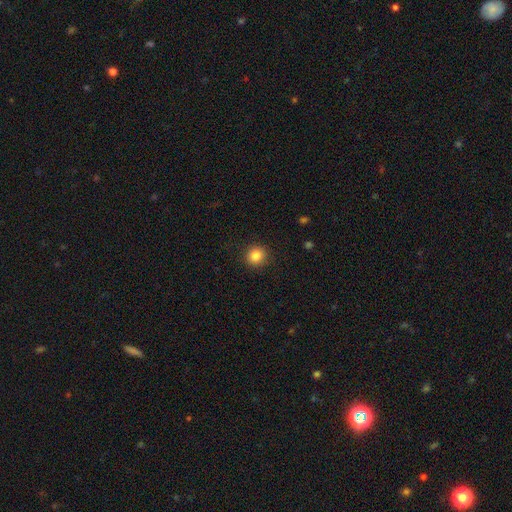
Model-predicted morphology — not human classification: Smooth or featured? smooth (84%)
How rounded? round (91%)
Merging? none (91%)